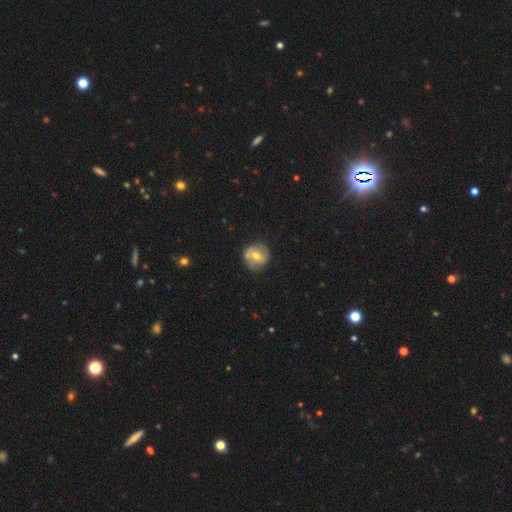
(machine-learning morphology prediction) This is possibly a featured or disk galaxy (54%). It is clearly not viewed edge-on (96%). Bar: marginally weak (45%). Spiral arm pattern: likely yes (61%). Central bulge: likely moderate (71%). Merging: likely none (75%).